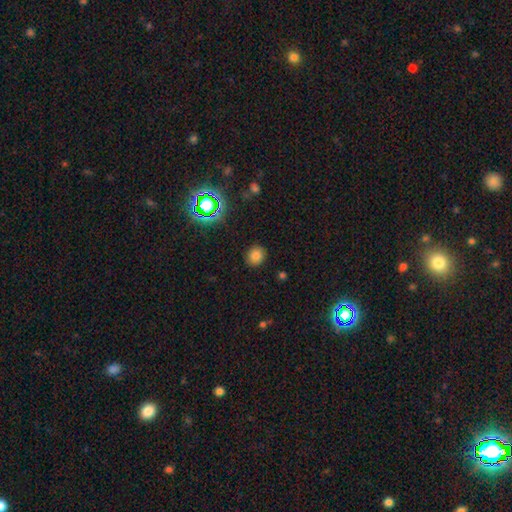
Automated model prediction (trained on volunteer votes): A smooth galaxy with no disk features (78%) that is round (75%).

Vote fractions:
- Smooth or featured? smooth: 78% / star or artifact: 16% / featured or disk: 6%
- How rounded? round: 75% / in between: 24% / cigar-shaped: 1%
- Merging? none: 89% / minor disturbance: 7% / major disturbance: 2% / merger: 1%